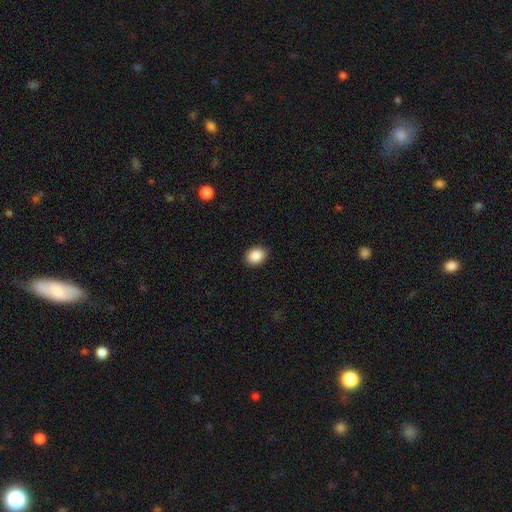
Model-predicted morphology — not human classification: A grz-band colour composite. It shows a smooth galaxy with no disk features (88%) that is in between round and cigar-shaped (55%). Merging: none (90%).